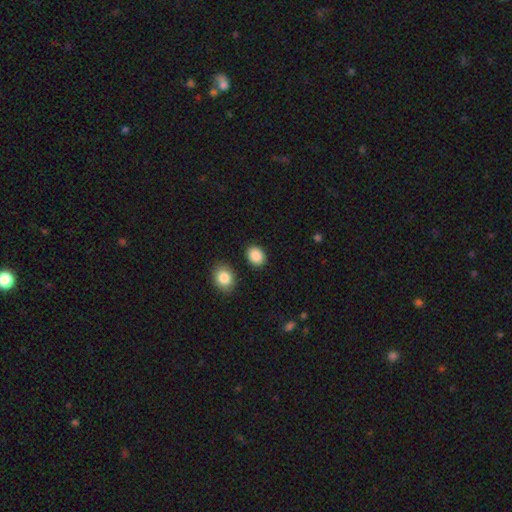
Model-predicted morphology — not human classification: smooth-or-featured: smooth: 89% | star or artifact: 7% | featured or disk: 3%
  how-rounded: in between: 60% | round: 39% | cigar-shaped: 1%
  merging: none: 87% | minor disturbance: 8% | merger: 3% | major disturbance: 2%